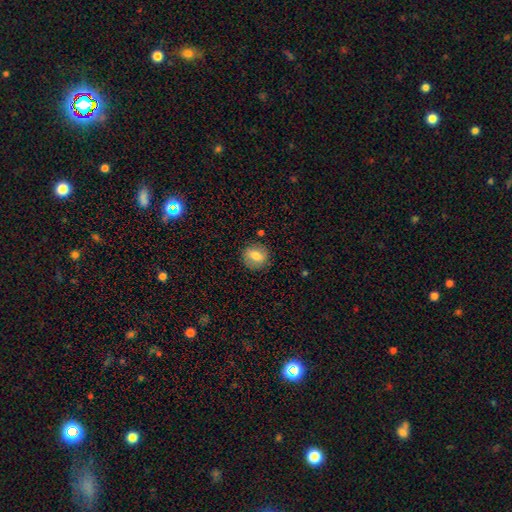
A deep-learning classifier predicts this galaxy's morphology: Smooth or featured? Predicted: smooth (p=0.77). How rounded? Predicted: round (p=0.74). Merging? Predicted: none (p=0.86).